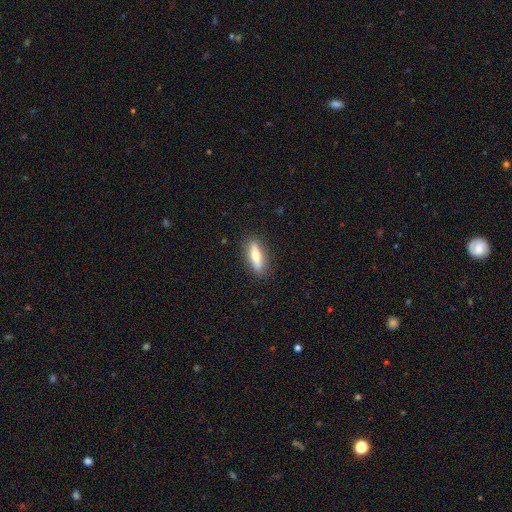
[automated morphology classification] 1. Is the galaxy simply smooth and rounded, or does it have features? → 68% smooth, 26% featured or disk, 6% star or artifact.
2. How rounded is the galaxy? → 60% cigar-shaped, 38% in between, 2% round.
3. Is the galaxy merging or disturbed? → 87% none, 10% minor disturbance, 2% major disturbance, 1% merger.